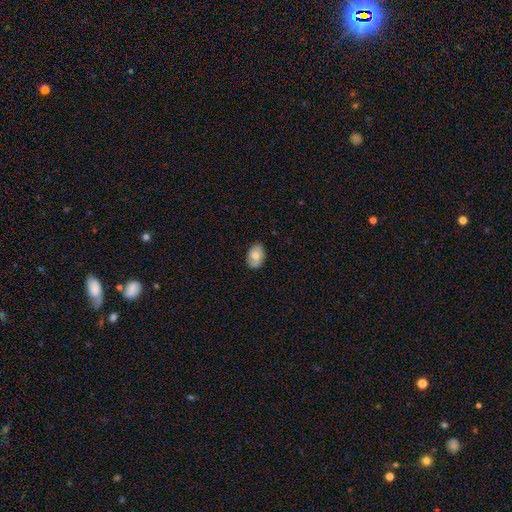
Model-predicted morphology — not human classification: smooth_or_featured: smooth (p=0.76) [alt: featured or disk p=0.16]
how_rounded: in between (p=0.84) [alt: round p=0.15]
merging: none (p=0.81) [alt: minor disturbance p=0.15]